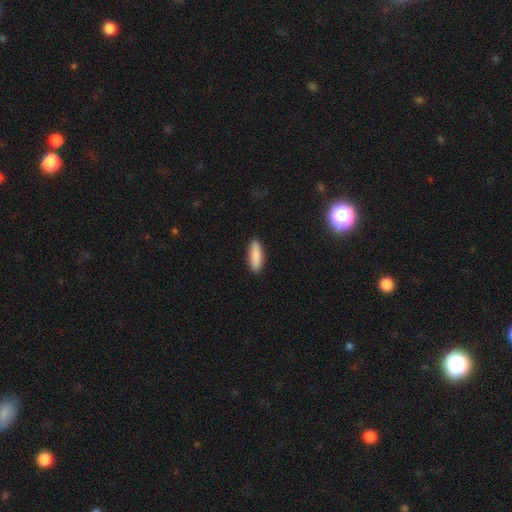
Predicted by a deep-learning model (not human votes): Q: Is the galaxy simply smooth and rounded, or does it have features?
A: smooth — 89%.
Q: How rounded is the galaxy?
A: cigar-shaped — 53%.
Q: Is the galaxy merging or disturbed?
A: none — 91%.